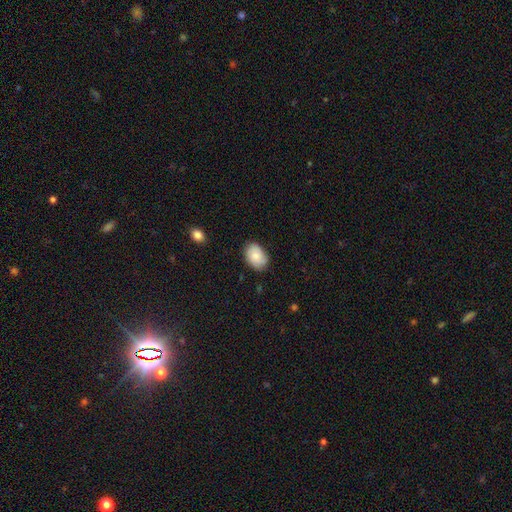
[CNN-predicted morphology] smooth-or-featured: smooth: 81% | featured or disk: 12% | star or artifact: 7%
  how-rounded: in between: 81% | round: 18% | cigar-shaped: 1%
  merging: none: 78% | minor disturbance: 17% | major disturbance: 3% | merger: 1%